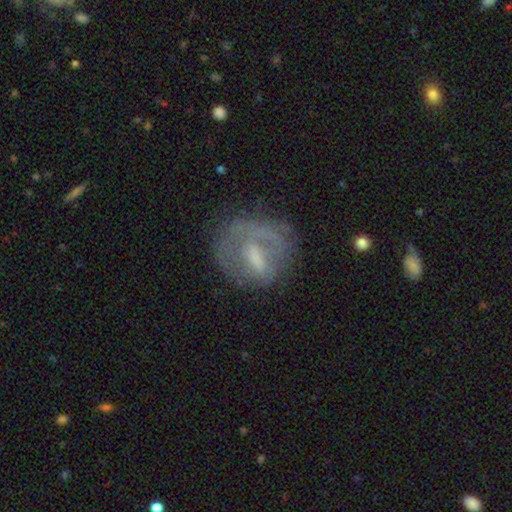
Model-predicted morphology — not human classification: This is possibly a featured or disk galaxy (55%). It is clearly not viewed edge-on (94%). Bar: marginally weak (42%). Spiral arm pattern: likely no (61%). Central bulge: marginally moderate (38%). Merging: possibly none (52%).